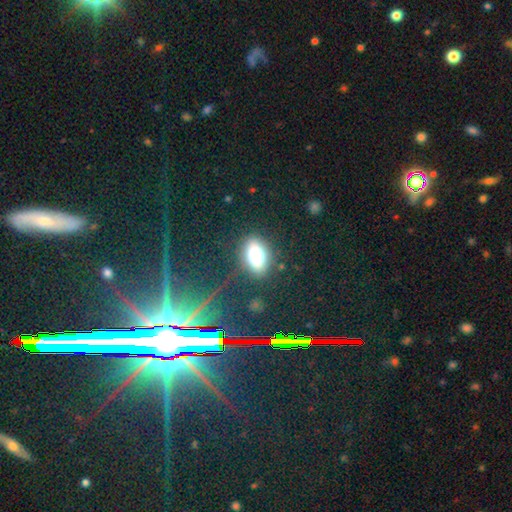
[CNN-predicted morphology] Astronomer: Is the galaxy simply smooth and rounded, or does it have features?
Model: smooth — 74%.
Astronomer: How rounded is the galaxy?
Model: in between — 84%.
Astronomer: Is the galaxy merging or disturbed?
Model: none — 82%.